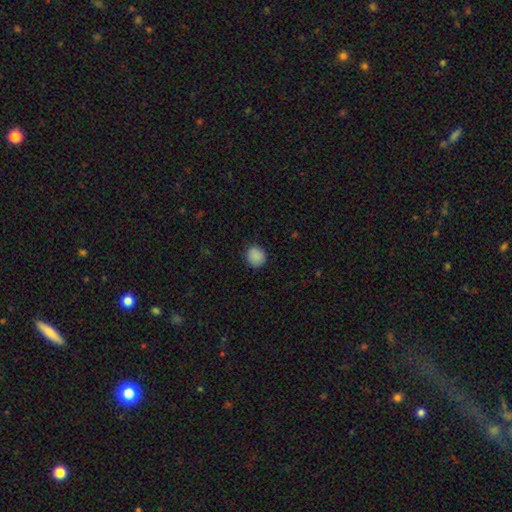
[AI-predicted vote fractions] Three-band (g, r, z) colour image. It shows a smooth galaxy with no disk features (89%) that is round (87%). Merging: none (89%).